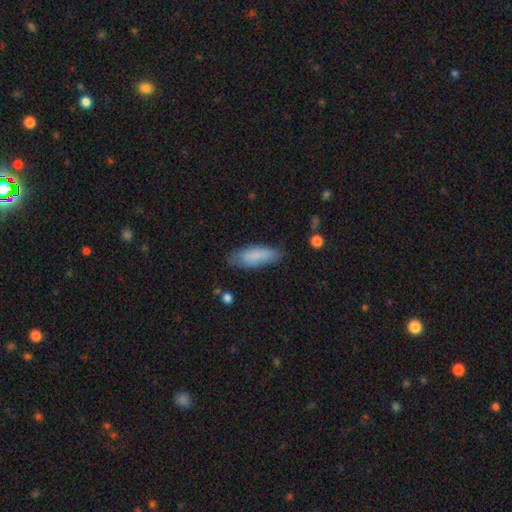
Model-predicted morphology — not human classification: smooth 83%, featured or disk 11%, star or artifact 6%. Down the decision tree: how rounded — in between (58%); merging — none (75%).